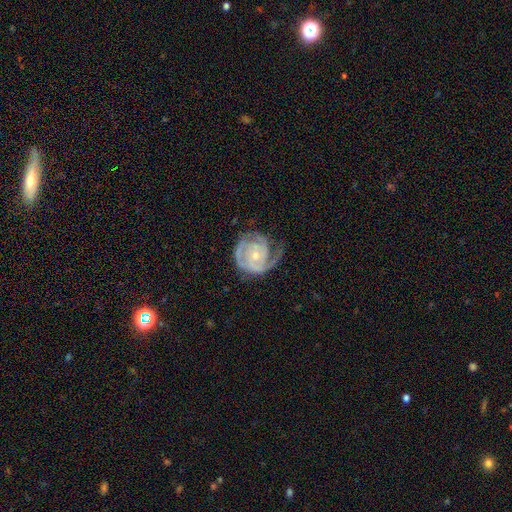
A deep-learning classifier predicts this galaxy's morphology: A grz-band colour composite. It shows a featured or disk galaxy (86%) with no bar (76%), 2 (36%) tight (63%) spiral arms (95%) and a small central bulge (62%). Merging: none (55%).